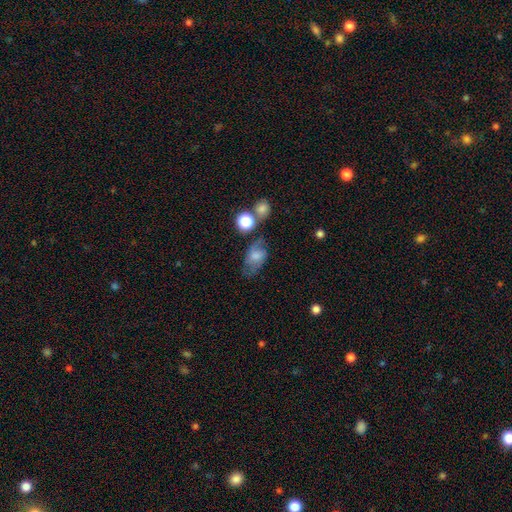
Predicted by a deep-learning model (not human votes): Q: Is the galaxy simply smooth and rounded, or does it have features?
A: smooth — 56%.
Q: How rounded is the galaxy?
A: in between — 82%.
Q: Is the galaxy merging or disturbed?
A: none — 55%.